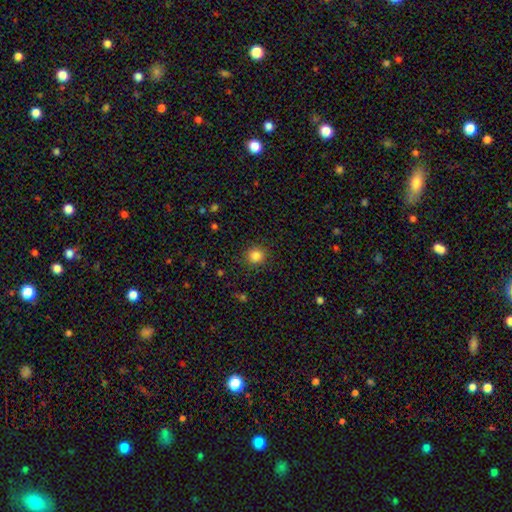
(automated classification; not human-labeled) A smooth galaxy with no disk features (84%) that is round (92%).

Vote fractions:
- Smooth or featured? smooth: 84% / star or artifact: 12% / featured or disk: 4%
- How rounded? round: 92% / in between: 7% / cigar-shaped: 1%
- Merging? none: 90% / minor disturbance: 6% / major disturbance: 3% / merger: 1%